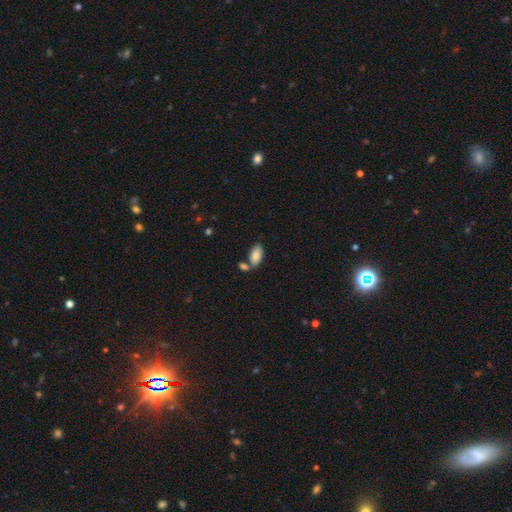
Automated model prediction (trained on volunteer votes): smooth-or-featured: smooth: 84% | featured or disk: 9% | star or artifact: 7%
  how-rounded: in between: 92% | cigar-shaped: 5% | round: 2%
  merging: none: 55% | merger: 28% | minor disturbance: 13% | major disturbance: 4%